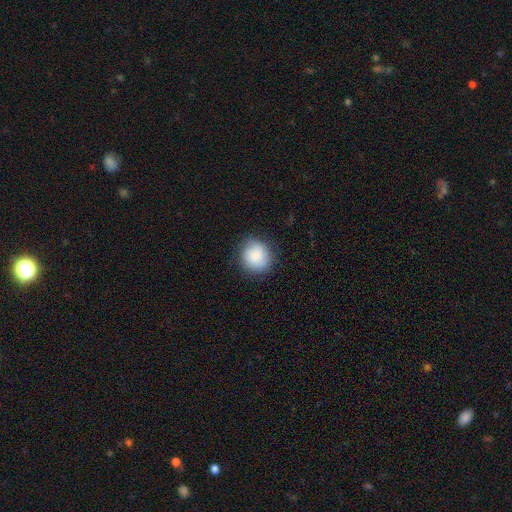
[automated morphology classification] Smooth or featured?
  - smooth: 85% *
  - featured or disk: 8%
  - star or artifact: 7%
How rounded?
  - round: 85% *
  - in between: 14%
  - cigar-shaped: 1%
Merging?
  - none: 84% *
  - minor disturbance: 12%
  - major disturbance: 4%
  - merger: 1%